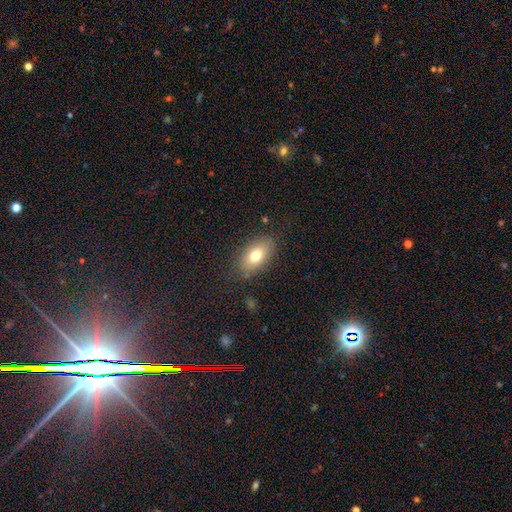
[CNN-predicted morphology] Overall: smooth (73%). How rounded: in between (88%). Merging: none (83%).